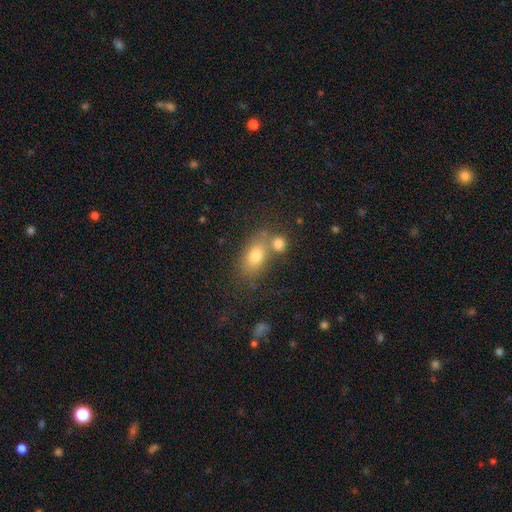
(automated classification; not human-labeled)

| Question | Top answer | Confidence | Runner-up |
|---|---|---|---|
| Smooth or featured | smooth | 75% | featured or disk (13%) |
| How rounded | in between | 78% | round (19%) |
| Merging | none | 52% | merger (31%) |